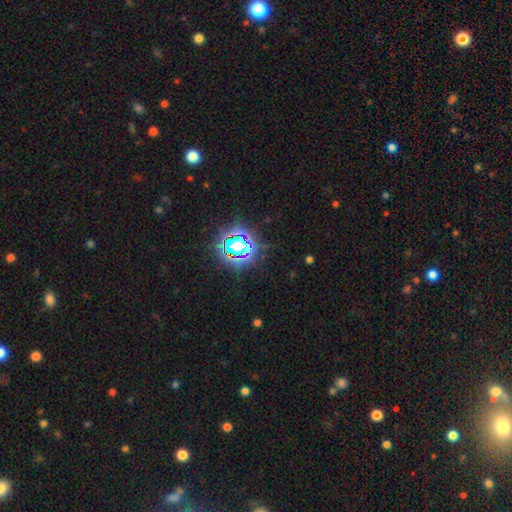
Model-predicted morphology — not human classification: Overall: star or artifact (82%).